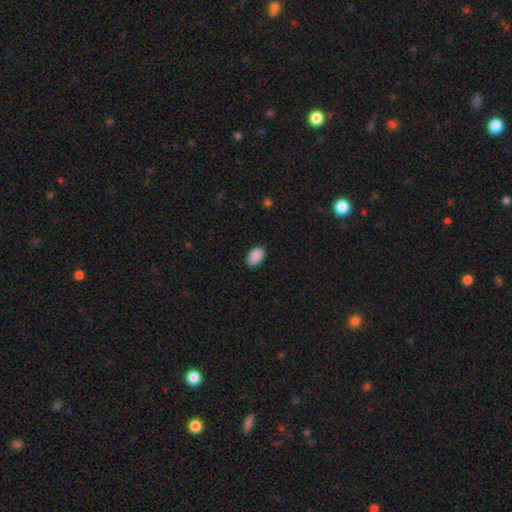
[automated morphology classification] smooth 90%, star or artifact 8%, featured or disk 3%. Down the decision tree: how rounded — in between (89%); merging — none (85%).